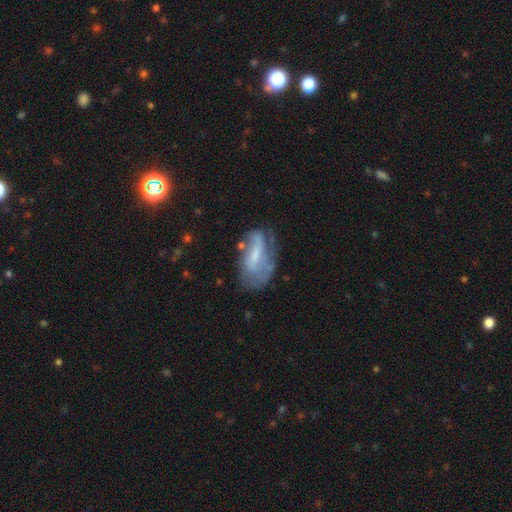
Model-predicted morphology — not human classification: A featured or disk galaxy (58%) with a weak bar (41%), spiral arms (65%) and a small central bulge (39%). Merging: none (44%).